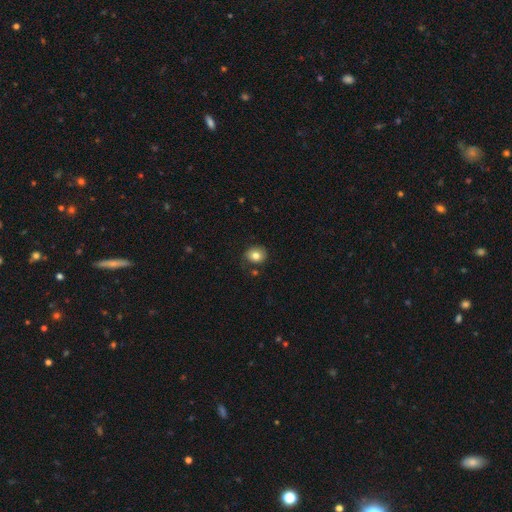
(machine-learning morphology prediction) smooth_or_featured: smooth (p=0.80) [alt: featured or disk p=0.10]
how_rounded: round (p=0.74) [alt: in between p=0.25]
merging: none (p=0.79) [alt: minor disturbance p=0.14]